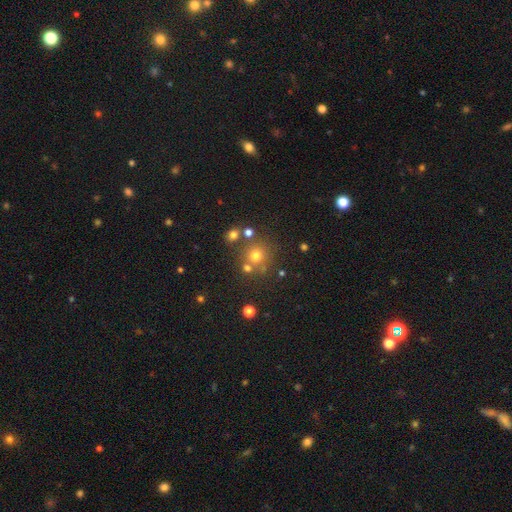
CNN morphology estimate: Smooth or featured? Predicted: smooth (p=0.68). How rounded? Predicted: round (p=0.91). Merging? Predicted: none (p=0.70).